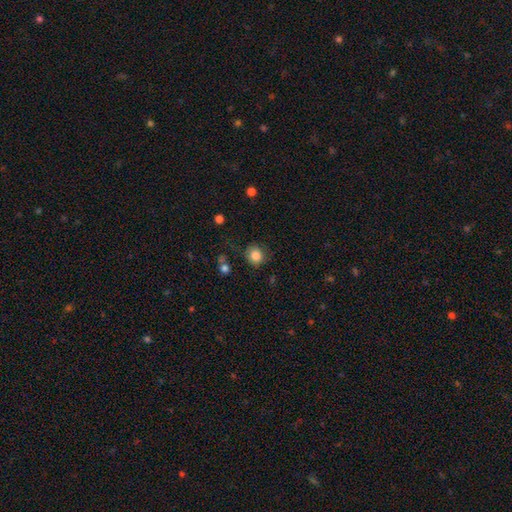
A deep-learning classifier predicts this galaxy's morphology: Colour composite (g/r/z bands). It shows a smooth galaxy with no disk features (83%) that is round (84%). Merging: none (78%).